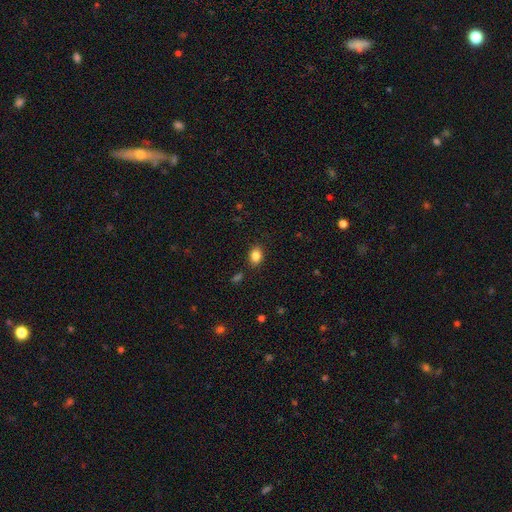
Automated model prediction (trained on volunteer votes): A smooth galaxy with no disk features (85%) that is in between round and cigar-shaped (73%). Merging: none (86%).